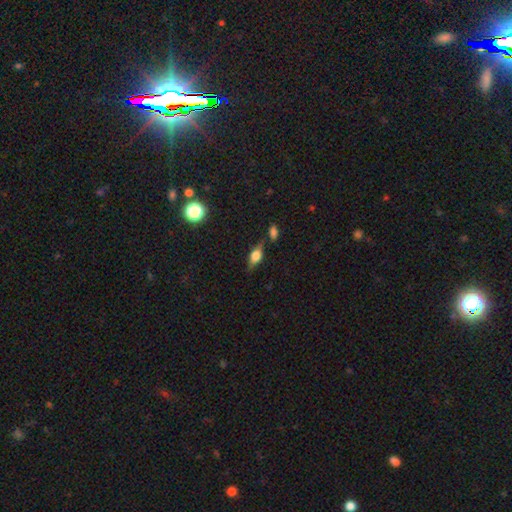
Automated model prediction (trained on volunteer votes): Smooth or featured? smooth (48%)
Merging? none (68%)